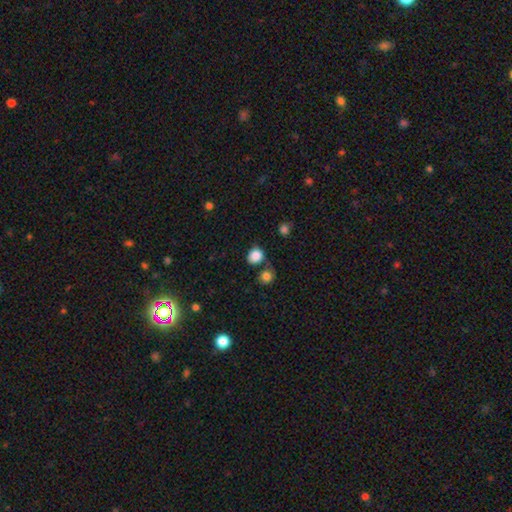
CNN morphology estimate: The model was most divided on "how rounded": round: 72%, in between: 27%, cigar-shaped: 1%. More confident: smooth or featured — smooth (86%); merging — none (65%).